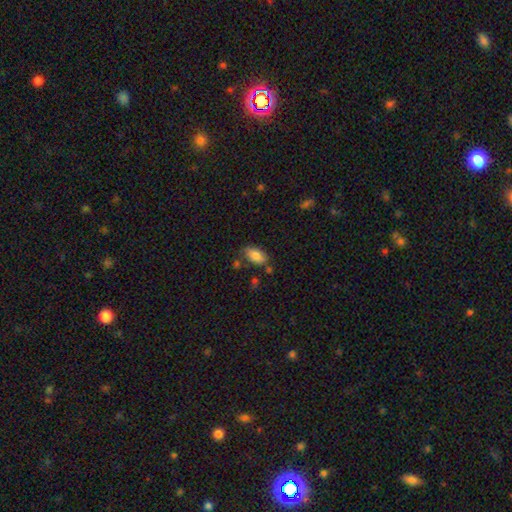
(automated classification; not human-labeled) Smooth or featured? smooth (83%)
How rounded? in between (93%)
Merging? none (69%)